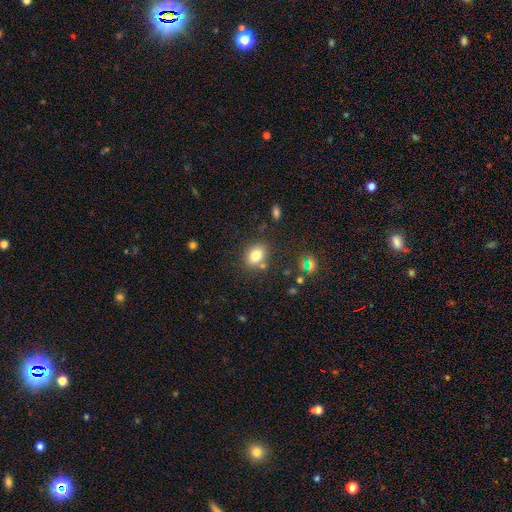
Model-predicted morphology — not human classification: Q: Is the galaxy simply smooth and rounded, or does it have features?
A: smooth — 79%.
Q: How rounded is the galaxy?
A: in between — 61%.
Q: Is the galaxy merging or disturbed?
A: none — 76%.